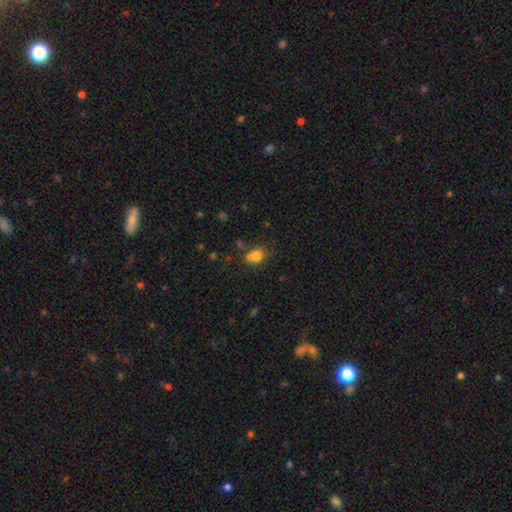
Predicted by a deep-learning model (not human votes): Overall: smooth (77%). How rounded: in between (65%; round 33%). Merging: none (48%; merger 24%).